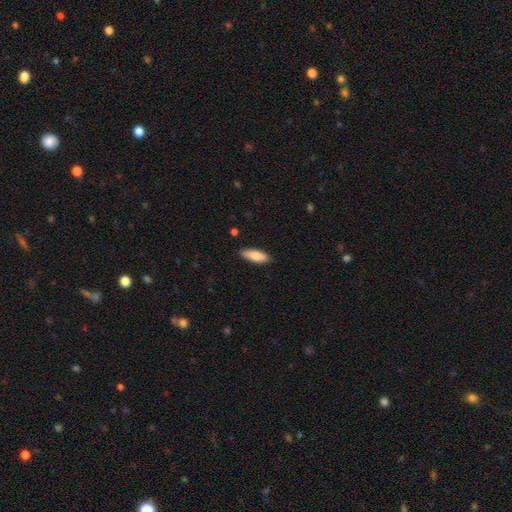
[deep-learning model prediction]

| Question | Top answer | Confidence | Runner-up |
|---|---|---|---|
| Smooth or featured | smooth | 84% | featured or disk (11%) |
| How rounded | in between | 63% | cigar-shaped (35%) |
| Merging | none | 88% | minor disturbance (9%) |